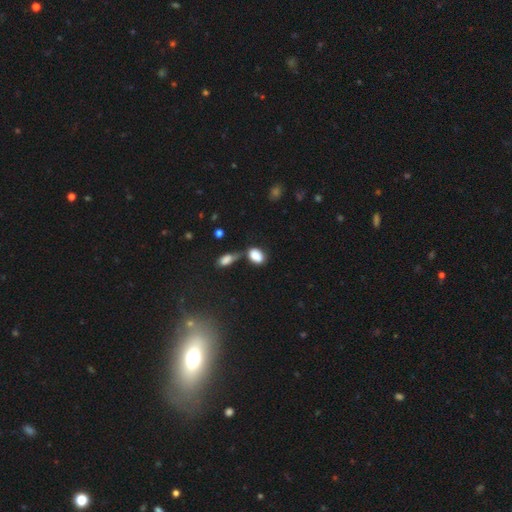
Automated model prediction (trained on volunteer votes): Morphology: type=smooth (83%); roundness=in between (84%); merging=none (38%).